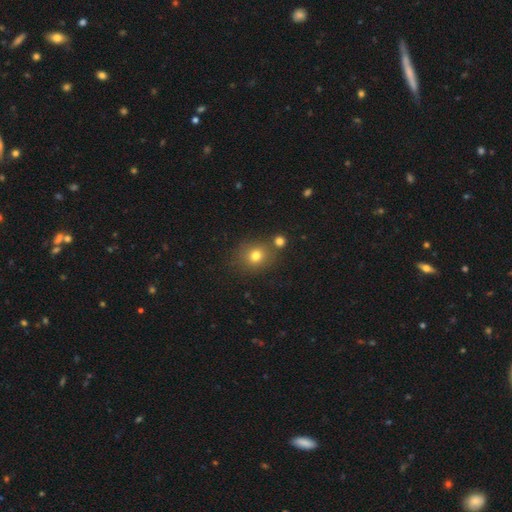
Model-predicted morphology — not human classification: Q: Smooth or featured?
A: smooth (76%); runner-up: star or artifact (15%)
Q: How rounded?
A: round (77%); runner-up: in between (22%)
Q: Merging?
A: none (72%); runner-up: merger (14%)